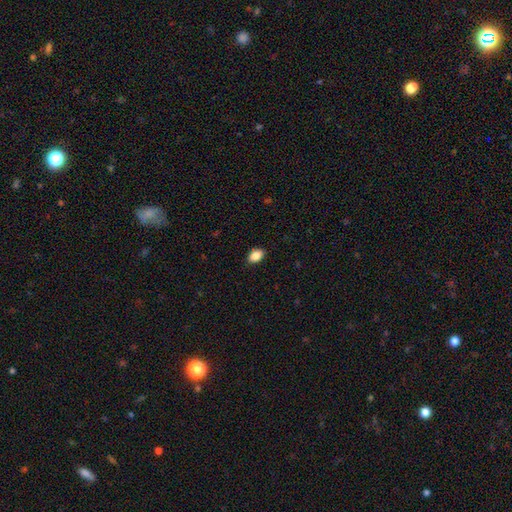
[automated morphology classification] type=smooth (87%); roundness=in between (86%); merging=none (87%).